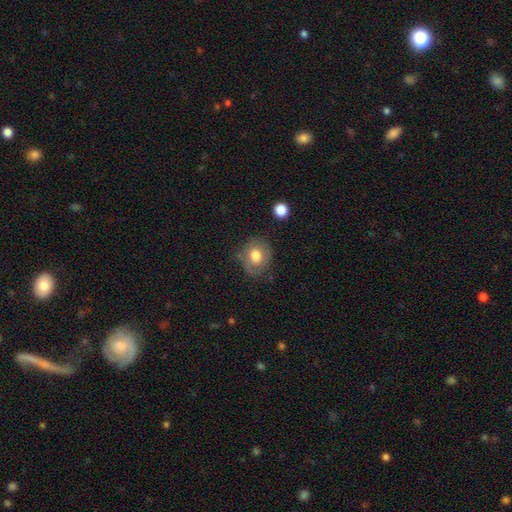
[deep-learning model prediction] A smooth galaxy with no disk features (67%) that is round (66%).

Vote fractions:
- Smooth or featured? smooth: 67% / featured or disk: 25% / star or artifact: 8%
- How rounded? round: 66% / in between: 33% / cigar-shaped: 1%
- Merging? none: 64% / minor disturbance: 24% / major disturbance: 9% / merger: 3%